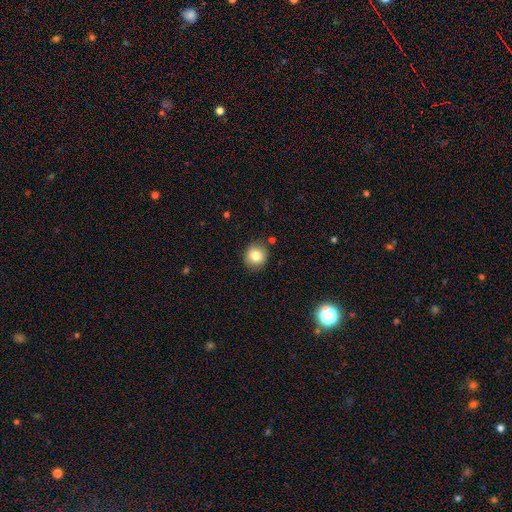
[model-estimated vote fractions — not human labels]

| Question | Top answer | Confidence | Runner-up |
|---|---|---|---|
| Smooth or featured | smooth | 82% | star or artifact (10%) |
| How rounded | round | 89% | in between (10%) |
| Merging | none | 86% | minor disturbance (9%) |